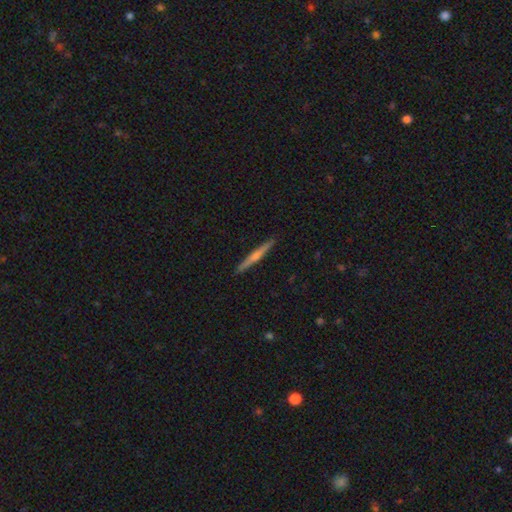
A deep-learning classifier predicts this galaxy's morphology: Overall: featured or disk (72%). Edge-on disk: yes (98%). Edge-on bulge: rounded (80%). Merging: none (92%).